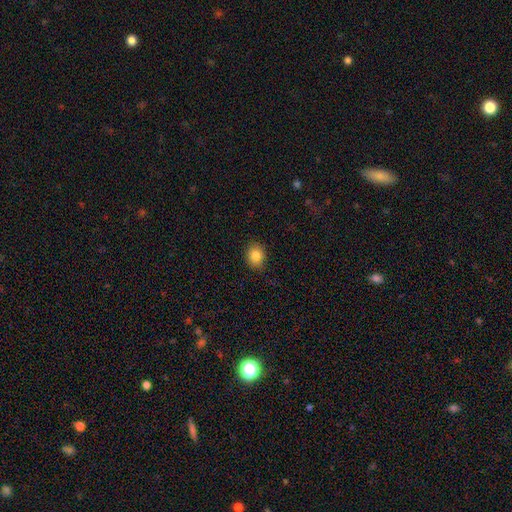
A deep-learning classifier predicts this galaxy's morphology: A smooth galaxy with no disk features (85%) that is round (59%).

Vote fractions:
- Smooth or featured? smooth: 85% / star or artifact: 9% / featured or disk: 6%
- How rounded? round: 59% / in between: 40% / cigar-shaped: 1%
- Merging? none: 87% / minor disturbance: 10% / major disturbance: 2% / merger: 1%